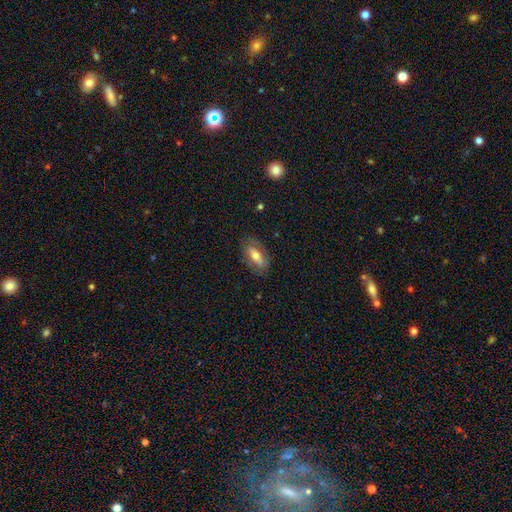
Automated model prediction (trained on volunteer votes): Smooth or featured? Predicted: smooth (p=0.54). How rounded? Predicted: in between (p=0.82). Merging? Predicted: none (p=0.77).